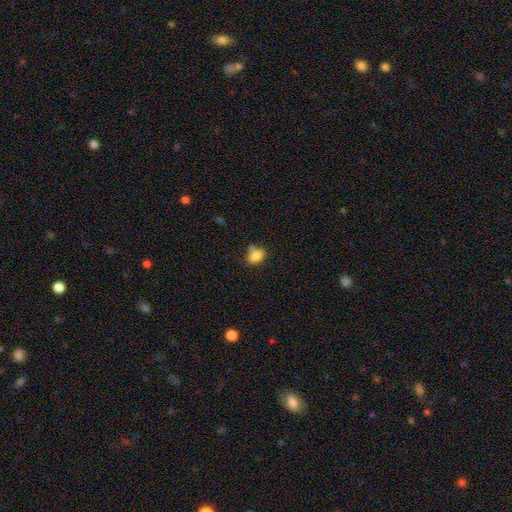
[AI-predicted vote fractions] Smooth or featured? smooth (81%)
How rounded? in between (78%)
Merging? none (52%)